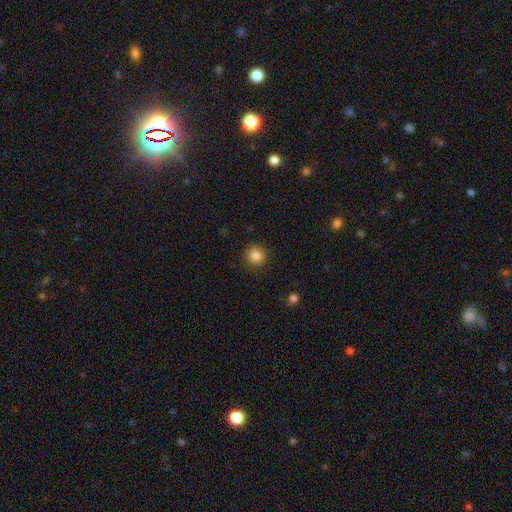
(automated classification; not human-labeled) smooth_or_featured: smooth (p=0.86) [alt: star or artifact p=0.10]
how_rounded: round (p=0.94) [alt: in between p=0.05]
merging: none (p=0.90) [alt: minor disturbance p=0.06]